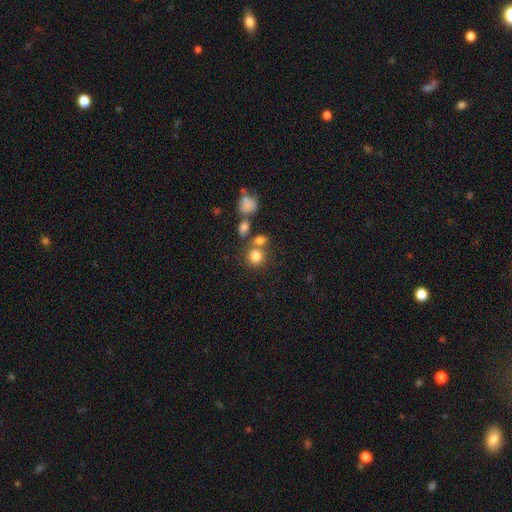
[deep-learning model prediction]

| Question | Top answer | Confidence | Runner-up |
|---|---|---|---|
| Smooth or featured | smooth | 79% | star or artifact (13%) |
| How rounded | round | 83% | in between (16%) |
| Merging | none | 59% | merger (26%) |